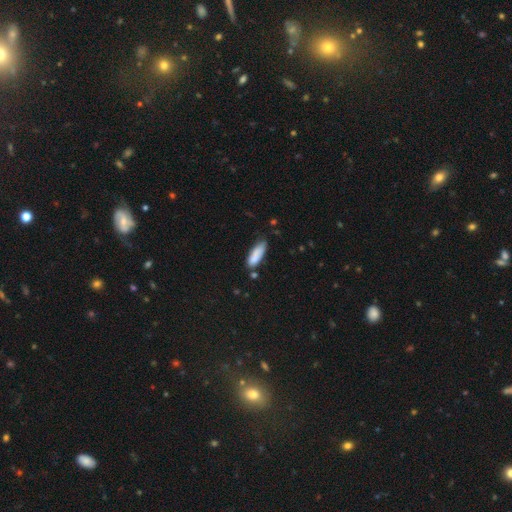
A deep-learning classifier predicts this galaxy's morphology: A smooth galaxy with no disk features (82%) that is in between round and cigar-shaped (58%). Merging: none (55%).